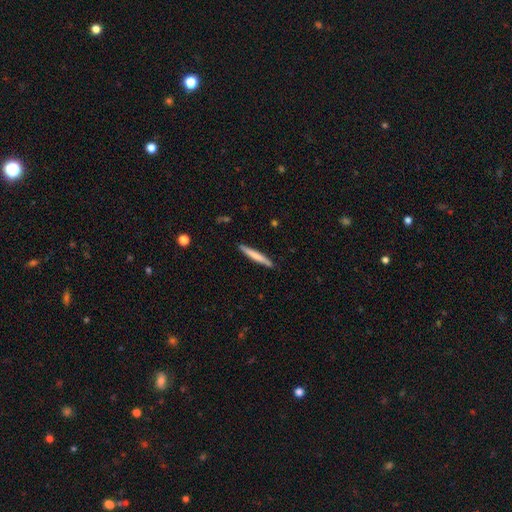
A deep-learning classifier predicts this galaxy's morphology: Overall: smooth (68%). How rounded: cigar-shaped (96%). Merging: none (88%).